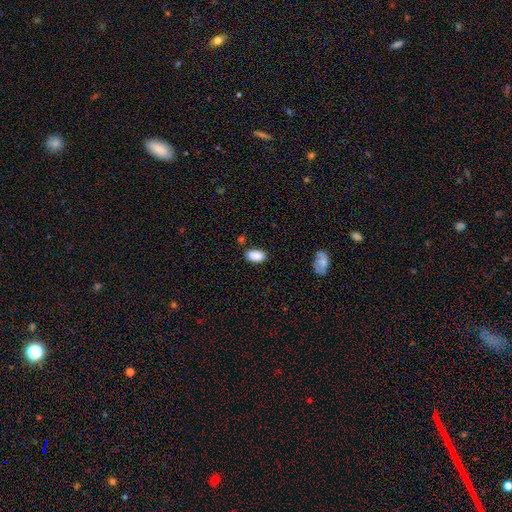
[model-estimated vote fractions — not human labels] smooth_or_featured: smooth (p=0.89) [alt: star or artifact p=0.07]
how_rounded: in between (p=0.93) [alt: round p=0.05]
merging: none (p=0.78) [alt: minor disturbance p=0.15]